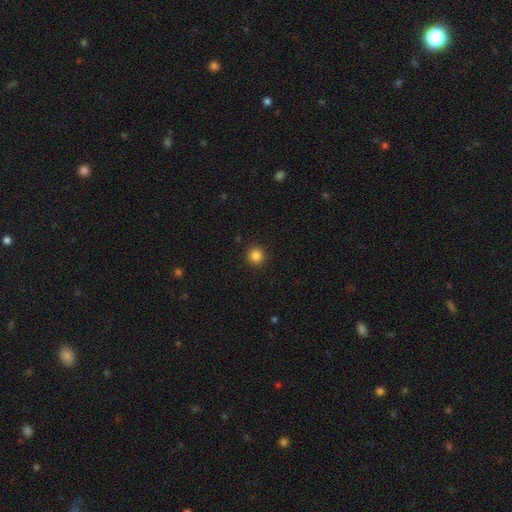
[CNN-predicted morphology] smooth-or-featured: smooth: 85% | star or artifact: 11% | featured or disk: 4%
  how-rounded: round: 94% | in between: 5% | cigar-shaped: 1%
  merging: none: 92% | minor disturbance: 5% | major disturbance: 2% | merger: 1%